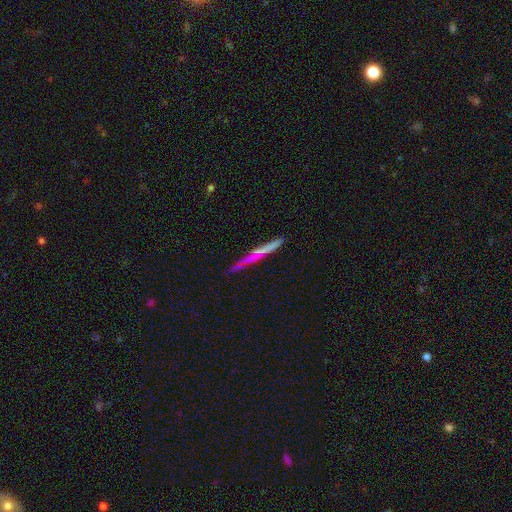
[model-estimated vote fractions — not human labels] The model was most divided on "smooth or featured": featured or disk: 48%, smooth: 40%, star or artifact: 12%. More confident: merging — none (84%).